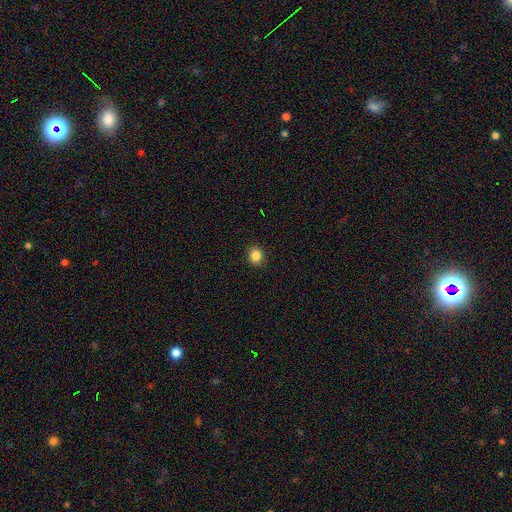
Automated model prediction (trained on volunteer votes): Smooth or featured? Predicted: smooth (p=0.85). How rounded? Predicted: round (p=0.75). Merging? Predicted: none (p=0.91).